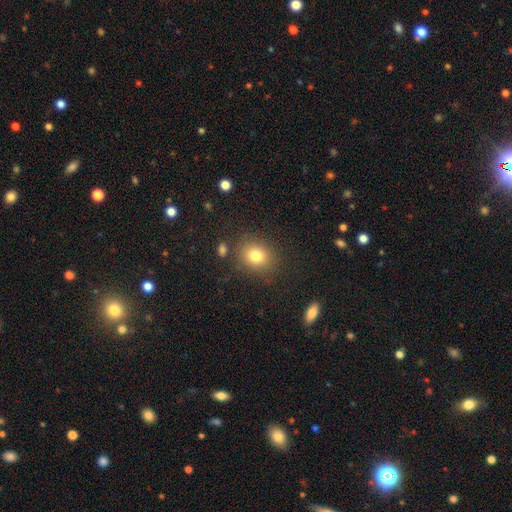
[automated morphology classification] This is likely a smooth galaxy (79%). How rounded: likely round (62%). Merging: clearly none (82%).